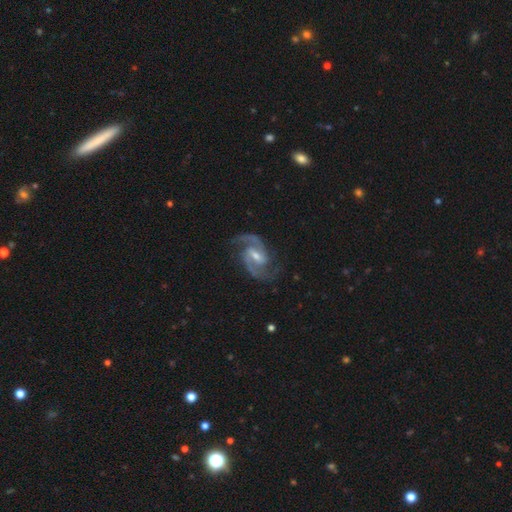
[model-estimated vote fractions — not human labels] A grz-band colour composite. It shows a featured or disk galaxy (93%) with a weak bar (52%), 2 (92%) medium (66%) spiral arms (99%) and a moderate central bulge (50%). Merging: none (80%).